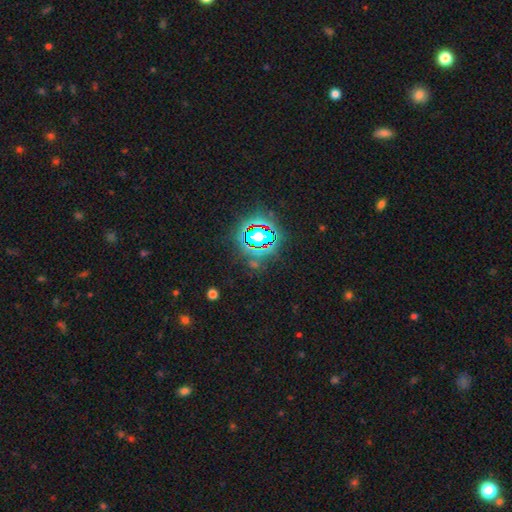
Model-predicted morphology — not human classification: type=star or artifact (79%).